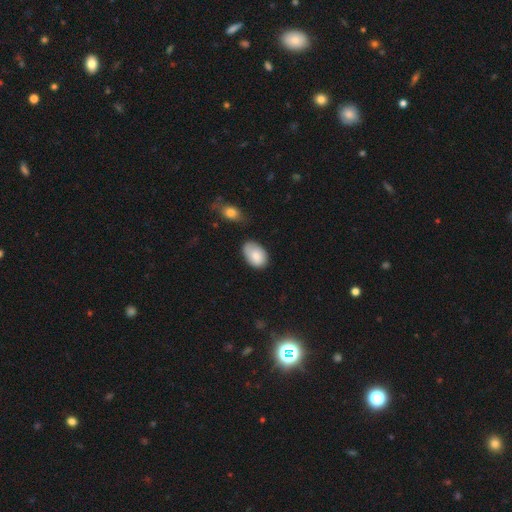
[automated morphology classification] Q: Smooth or featured?
A: smooth (84%); runner-up: featured or disk (10%)
Q: How rounded?
A: in between (88%); runner-up: round (11%)
Q: Merging?
A: none (60%); runner-up: minor disturbance (29%)